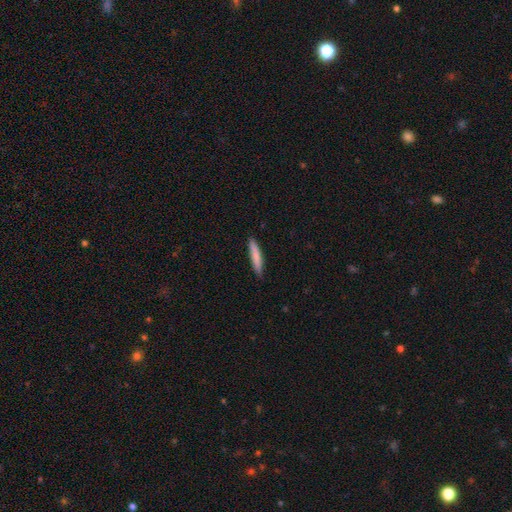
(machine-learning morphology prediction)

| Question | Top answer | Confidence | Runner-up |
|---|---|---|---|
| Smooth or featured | smooth | 81% | featured or disk (13%) |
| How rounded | cigar-shaped | 89% | in between (10%) |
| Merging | none | 87% | minor disturbance (10%) |